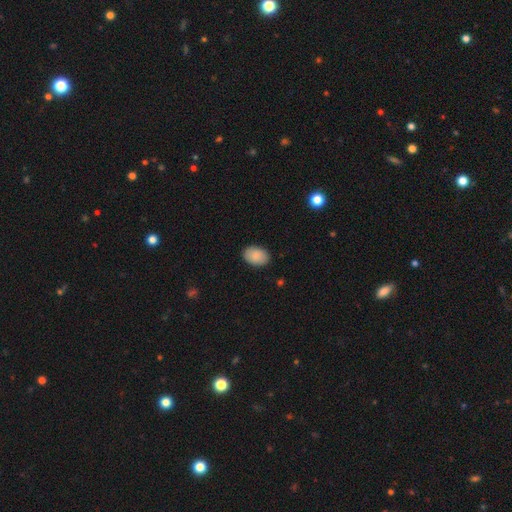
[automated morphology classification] A smooth galaxy with no disk features (89%) that is in between round and cigar-shaped (85%).

Vote fractions:
- Smooth or featured? smooth: 89% / star or artifact: 6% / featured or disk: 4%
- How rounded? in between: 85% / round: 14% / cigar-shaped: 1%
- Merging? none: 89% / minor disturbance: 8% / major disturbance: 2% / merger: 1%